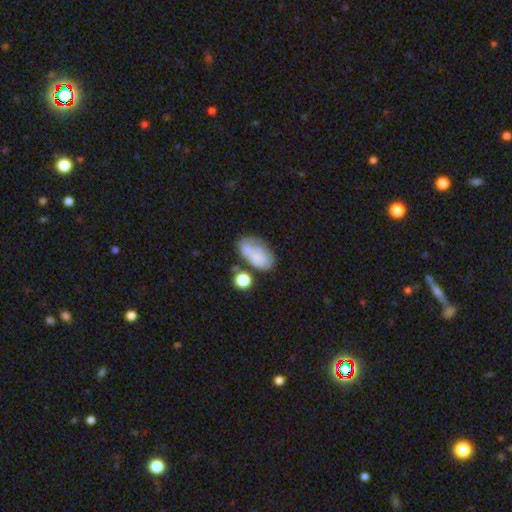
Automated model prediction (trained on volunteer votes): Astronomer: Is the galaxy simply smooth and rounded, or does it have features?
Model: smooth — 62%.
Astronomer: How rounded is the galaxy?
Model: in between — 90%.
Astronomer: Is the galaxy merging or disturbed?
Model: none — 39% (runner-up: minor disturbance, 26%).